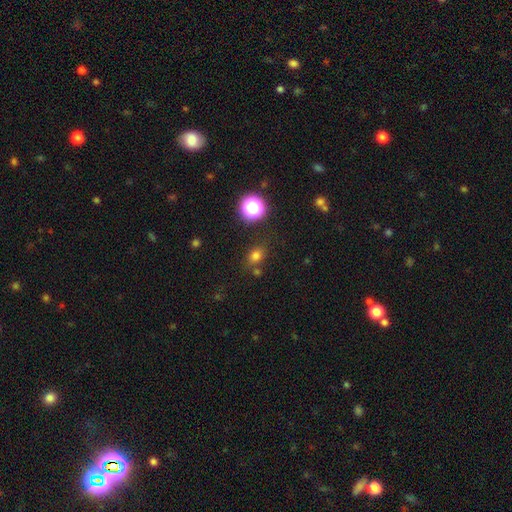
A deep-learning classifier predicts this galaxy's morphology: Smooth or featured: smooth — 75% (star or artifact — 18%)
How rounded: round — 50% (in between — 49%)
Merging: none — 75% (minor disturbance — 14%)